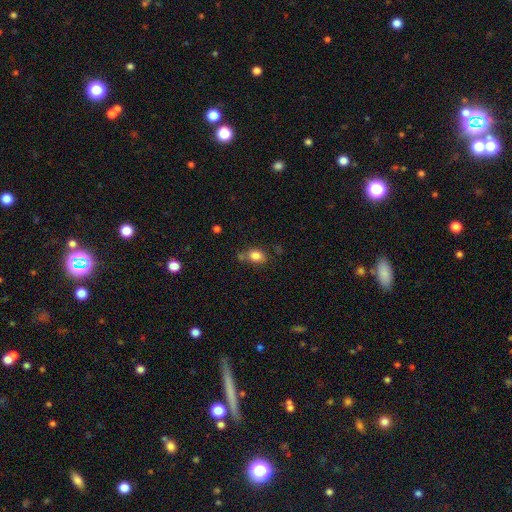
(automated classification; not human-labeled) The model was most divided on "how rounded": in between: 65%, round: 33%, cigar-shaped: 1%. More confident: smooth or featured — smooth (83%); merging — none (62%).